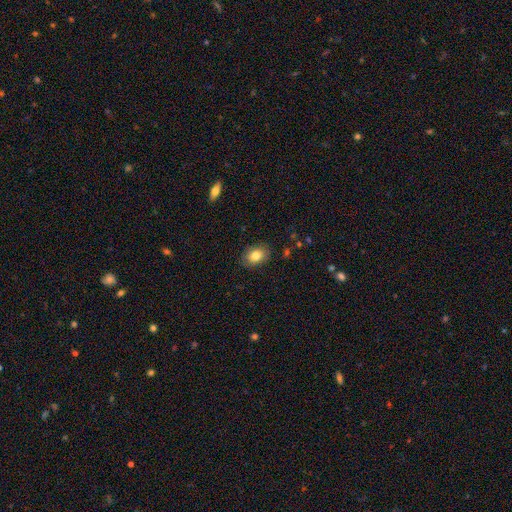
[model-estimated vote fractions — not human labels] This appears to be a smooth galaxy with no disk features (83%) that is in between round and cigar-shaped (76%). Merging: none (86%).